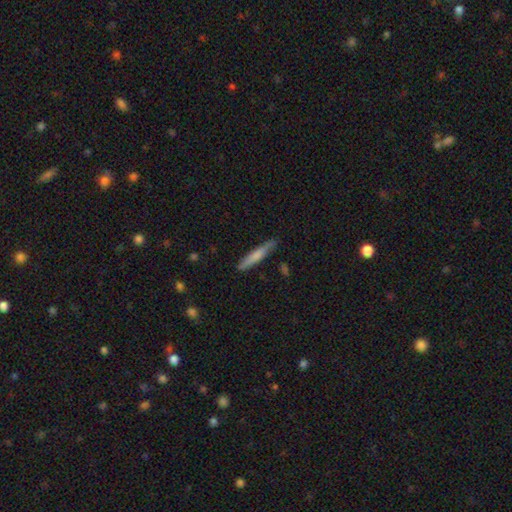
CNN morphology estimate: smooth-or-featured: smooth: 65% | featured or disk: 30% | star or artifact: 5%
  how-rounded: cigar-shaped: 93% | in between: 6% | round: 1%
  merging: none: 83% | minor disturbance: 13% | major disturbance: 2% | merger: 2%